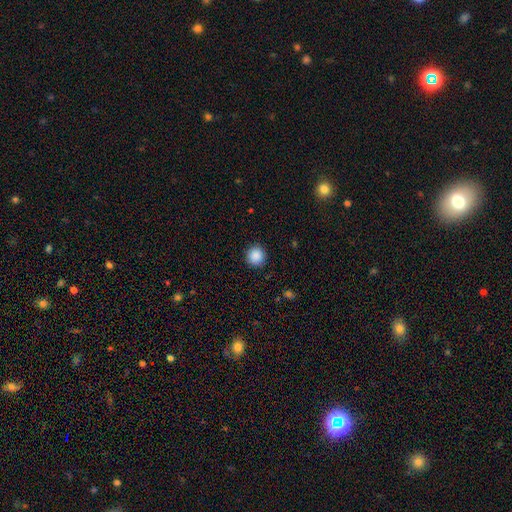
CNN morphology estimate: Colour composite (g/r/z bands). It shows a smooth galaxy with no disk features (88%) that is round (94%). Merging: none (91%).